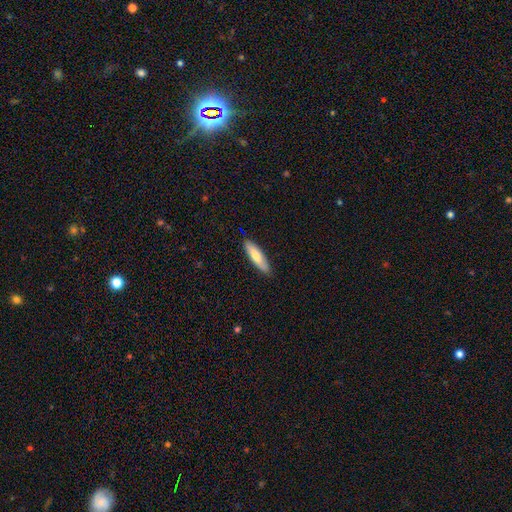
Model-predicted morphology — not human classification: smooth-or-featured: smooth: 72% | featured or disk: 23% | star or artifact: 5%
  how-rounded: cigar-shaped: 69% | in between: 29% | round: 1%
  merging: none: 89% | minor disturbance: 9% | major disturbance: 2% | merger: 1%